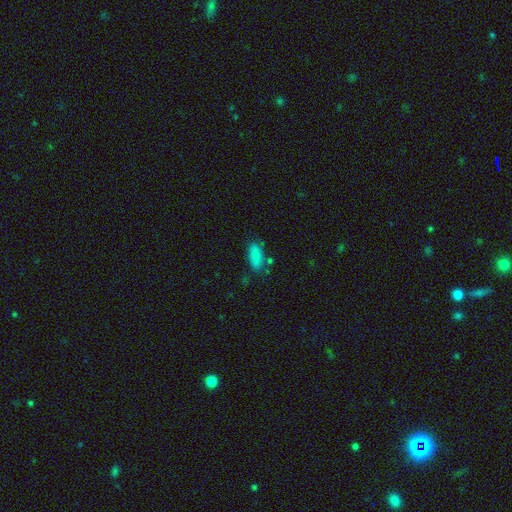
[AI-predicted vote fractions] smooth-or-featured: smooth: 84% | star or artifact: 9% | featured or disk: 8%
  how-rounded: in between: 80% | cigar-shaped: 17% | round: 2%
  merging: none: 70% | minor disturbance: 19% | merger: 7% | major disturbance: 5%